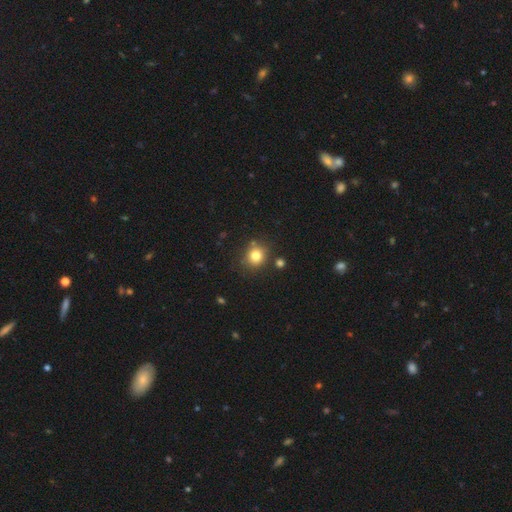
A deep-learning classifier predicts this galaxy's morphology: Overall: smooth (80%). How rounded: round (84%). Merging: none (79%).